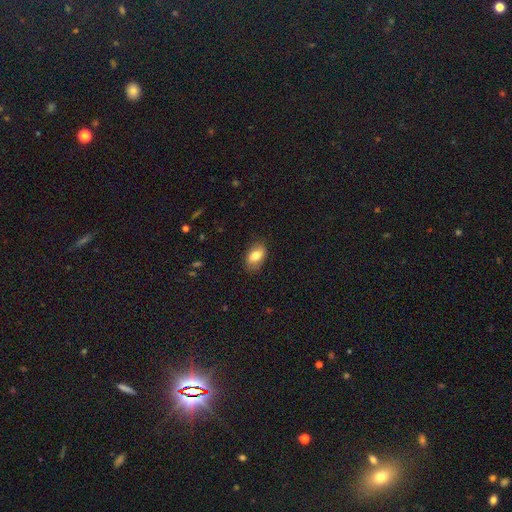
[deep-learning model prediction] Smooth or featured? smooth (76%)
How rounded? in between (90%)
Merging? none (83%)